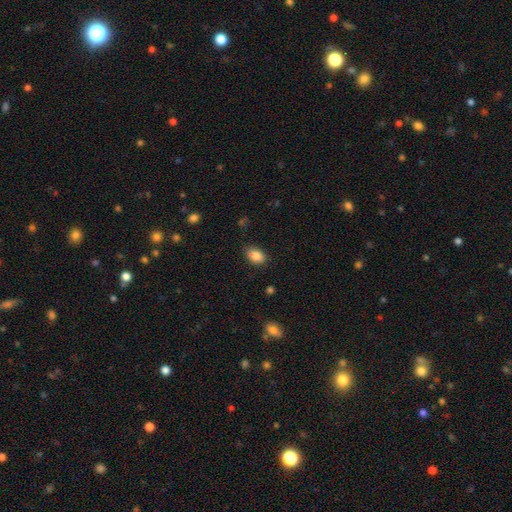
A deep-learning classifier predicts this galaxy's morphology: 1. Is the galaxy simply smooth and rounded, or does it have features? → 86% smooth, 9% star or artifact, 5% featured or disk.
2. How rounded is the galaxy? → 85% in between, 13% round, 2% cigar-shaped.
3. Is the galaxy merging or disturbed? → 77% none, 17% minor disturbance, 3% merger, 3% major disturbance.